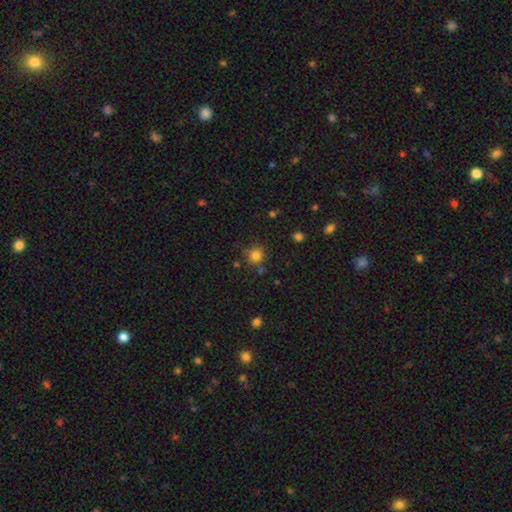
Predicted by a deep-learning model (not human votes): Smooth or featured? smooth (79%)
How rounded? round (87%)
Merging? none (75%)